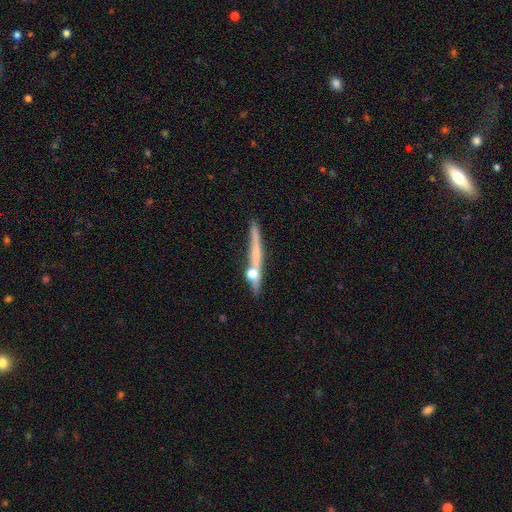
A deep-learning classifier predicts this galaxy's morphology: This appears to be a featured or disk galaxy (52%) viewed edge-on (93%). Merging: none (70%).